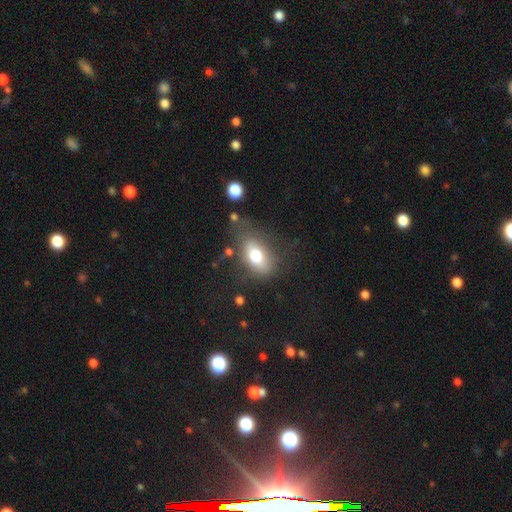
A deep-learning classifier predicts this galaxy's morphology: smooth 70%, featured or disk 21%, star or artifact 9%. Down the decision tree: how rounded — in between (81%); merging — none (60%).